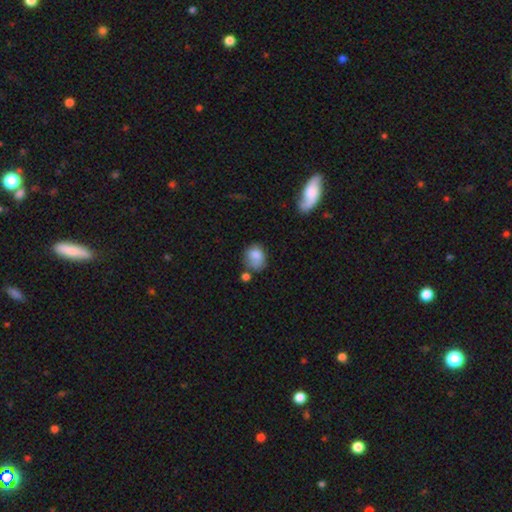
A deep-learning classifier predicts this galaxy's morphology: This appears to be a smooth galaxy with no disk features (80%) that is round (50%). Merging: none (46%).